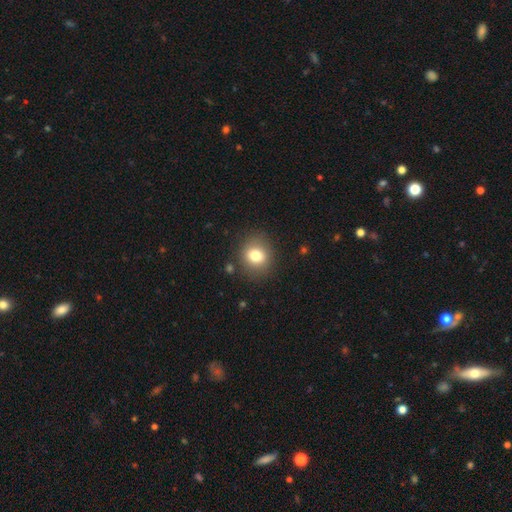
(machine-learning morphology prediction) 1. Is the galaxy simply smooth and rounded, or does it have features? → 77% smooth, 12% featured or disk, 12% star or artifact.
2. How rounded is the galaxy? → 79% round, 20% in between, 1% cigar-shaped.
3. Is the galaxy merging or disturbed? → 85% none, 9% minor disturbance, 3% major disturbance, 2% merger.